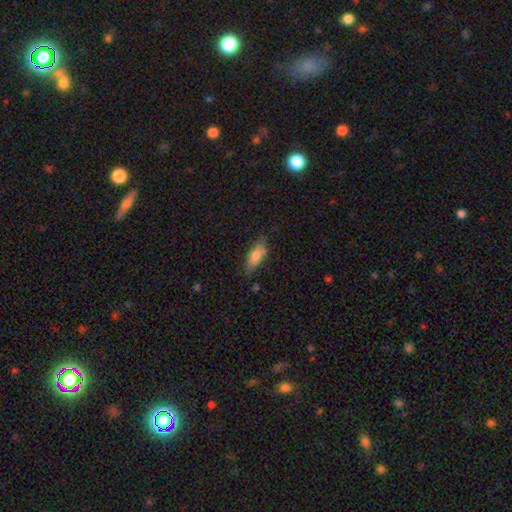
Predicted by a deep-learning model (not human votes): Smooth or featured: smooth — 71% (featured or disk — 21%)
How rounded: in between — 66% (cigar-shaped — 31%)
Merging: none — 67% (minor disturbance — 24%)